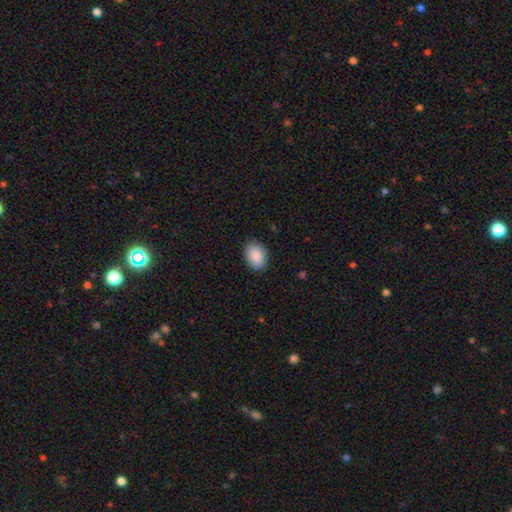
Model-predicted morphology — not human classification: type=smooth (89%); roundness=in between (81%); merging=none (86%).